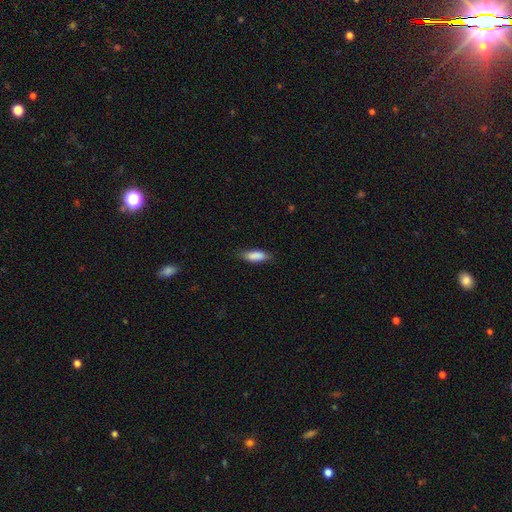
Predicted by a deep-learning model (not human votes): Smooth or featured? Predicted: smooth (p=0.88). How rounded? Predicted: in between (p=0.66). Merging? Predicted: none (p=0.79).